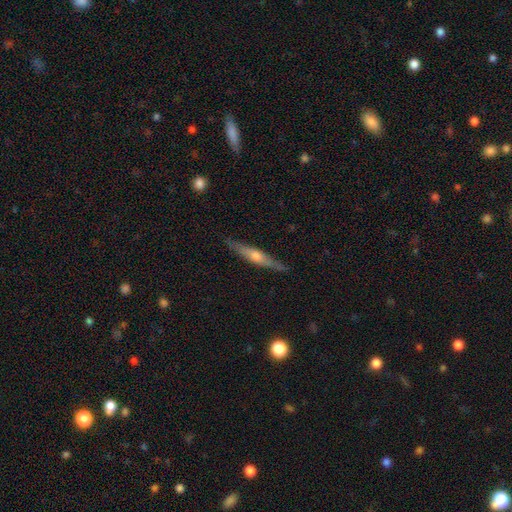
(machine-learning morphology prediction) smooth_or_featured: featured or disk (p=0.65) [alt: smooth p=0.30]
disk_edge_on: yes (p=0.95) [alt: no p=0.05]
edge_on_bulge: rounded (p=0.81) [alt: none p=0.10]
merging: none (p=0.86) [alt: minor disturbance p=0.10]